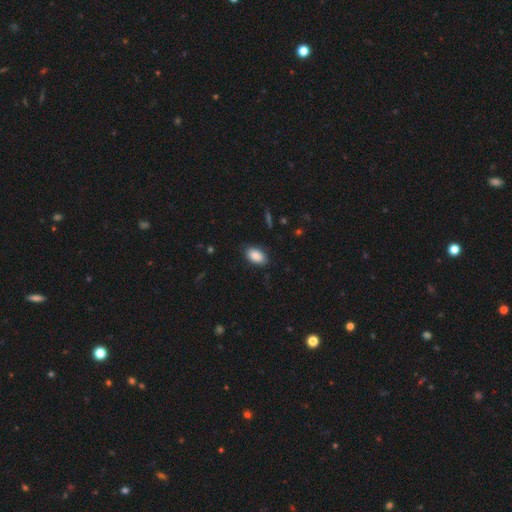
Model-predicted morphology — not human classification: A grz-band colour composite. It shows a smooth galaxy with no disk features (89%) that is in between round and cigar-shaped (93%). Merging: none (84%).